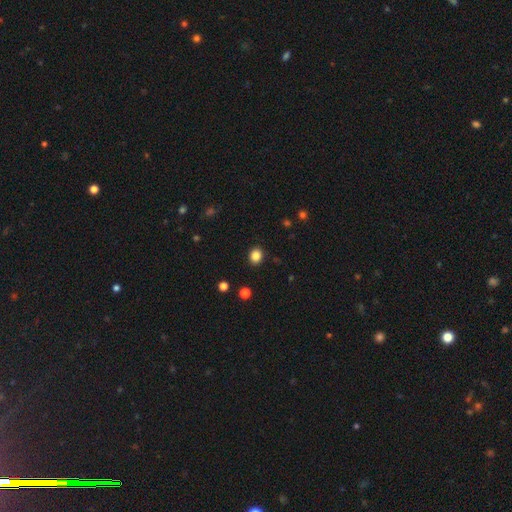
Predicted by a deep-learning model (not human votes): Smooth or featured? Predicted: smooth (p=0.85). How rounded? Predicted: round (p=0.59). Merging? Predicted: none (p=0.90).